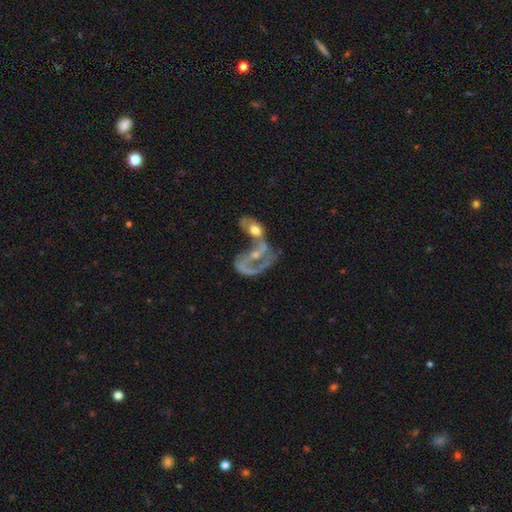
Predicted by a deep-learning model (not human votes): This is likely a featured or disk galaxy (73%). It is clearly not viewed edge-on (96%). Bar: possibly no (57%). Spiral arm pattern: likely yes (66%). Central bulge: possibly small (47%). Merging: likely merger (63%).